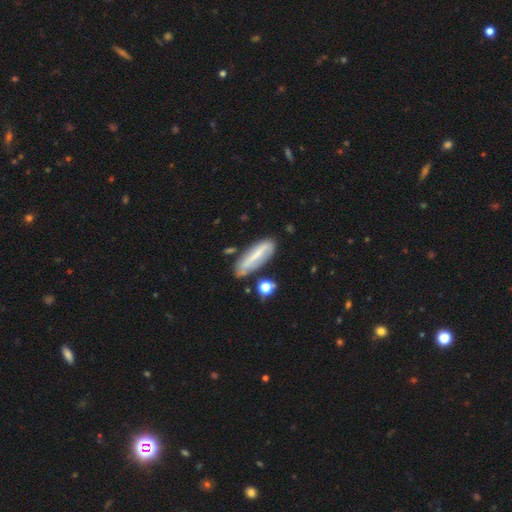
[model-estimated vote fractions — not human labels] Smooth or featured?
  - featured or disk: 46% * (tied)
  - smooth: 46% * (tied)
  - star or artifact: 8%
Merging?
  - none: 67% *
  - minor disturbance: 20%
  - major disturbance: 6%
  - merger: 6%